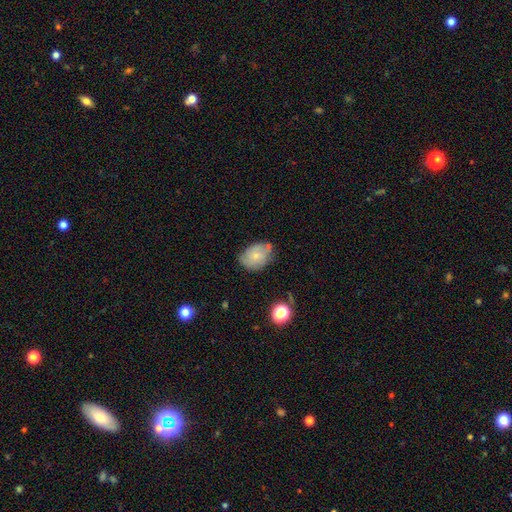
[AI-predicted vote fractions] Smooth or featured? Predicted: smooth (p=0.66). How rounded? Predicted: in between (p=0.66). Merging? Predicted: none (p=0.59).